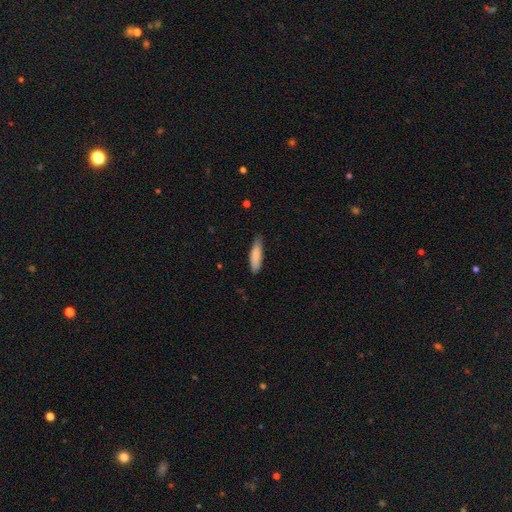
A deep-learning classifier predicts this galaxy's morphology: Smooth or featured? smooth (83%)
How rounded? cigar-shaped (65%)
Merging? none (79%)